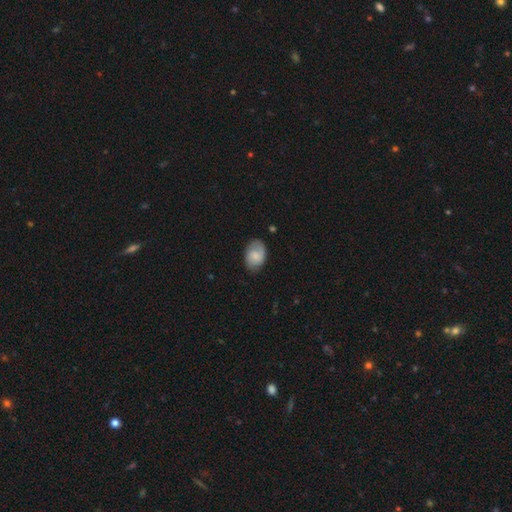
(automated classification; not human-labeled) This is likely a smooth galaxy (64%). How rounded: clearly in between (83%). Merging: likely none (75%).